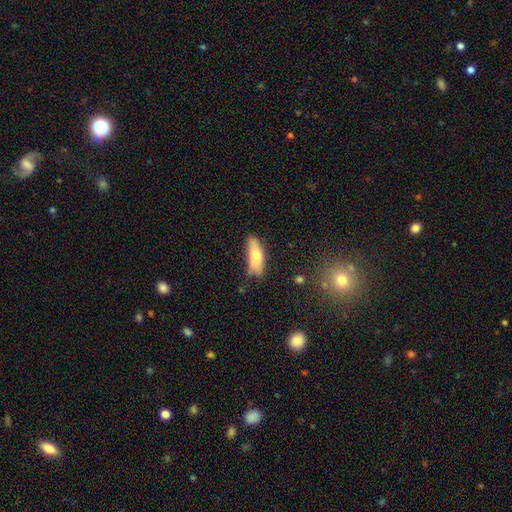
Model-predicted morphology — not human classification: A smooth galaxy with no disk features (70%) that is in between round and cigar-shaped (60%).

Vote fractions:
- Smooth or featured? smooth: 70% / featured or disk: 22% / star or artifact: 7%
- How rounded? in between: 60% / cigar-shaped: 38% / round: 2%
- Merging? none: 63% / minor disturbance: 26% / major disturbance: 7% / merger: 4%